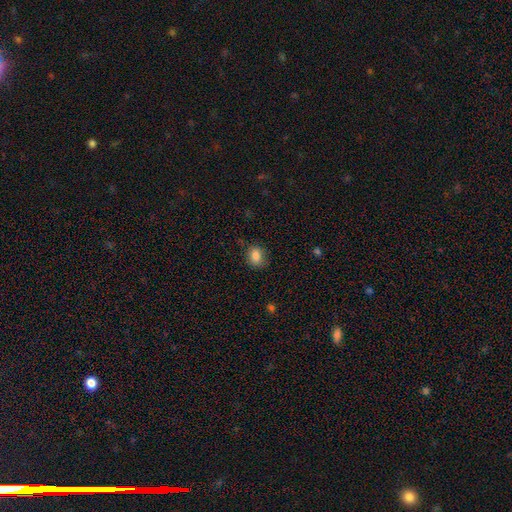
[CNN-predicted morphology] A smooth galaxy with no disk features (83%) that is round (54%). Merging: none (80%).